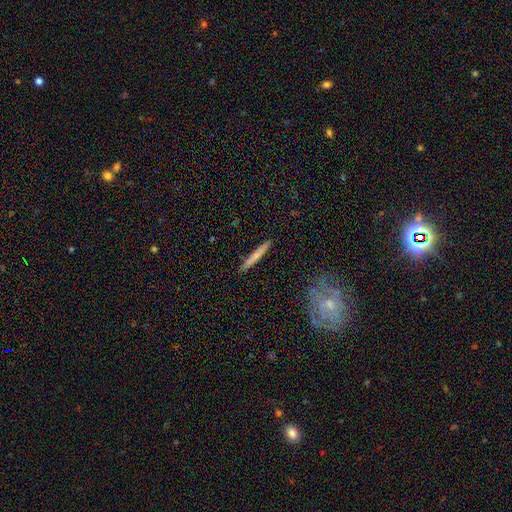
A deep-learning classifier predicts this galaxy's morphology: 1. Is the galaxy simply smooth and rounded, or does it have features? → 63% smooth, 31% featured or disk, 6% star or artifact.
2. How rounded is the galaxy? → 96% cigar-shaped, 3% in between, 2% round.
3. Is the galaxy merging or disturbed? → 90% none, 7% minor disturbance, 2% merger, 2% major disturbance.